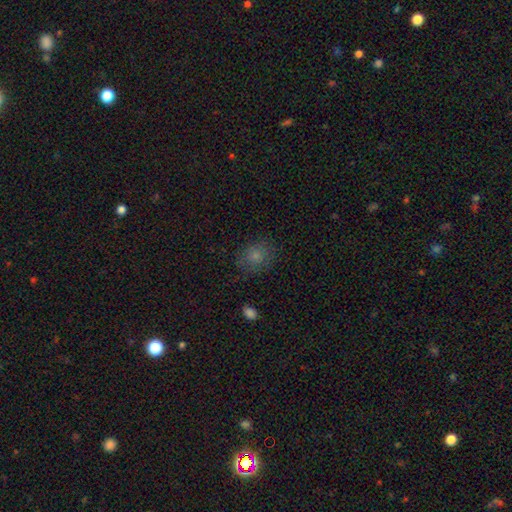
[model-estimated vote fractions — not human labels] A smooth galaxy with no disk features (75%) that is round (65%).

Vote fractions:
- Smooth or featured? smooth: 75% / star or artifact: 13% / featured or disk: 12%
- How rounded? round: 65% / in between: 34% / cigar-shaped: 1%
- Merging? none: 73% / minor disturbance: 18% / major disturbance: 7% / merger: 1%